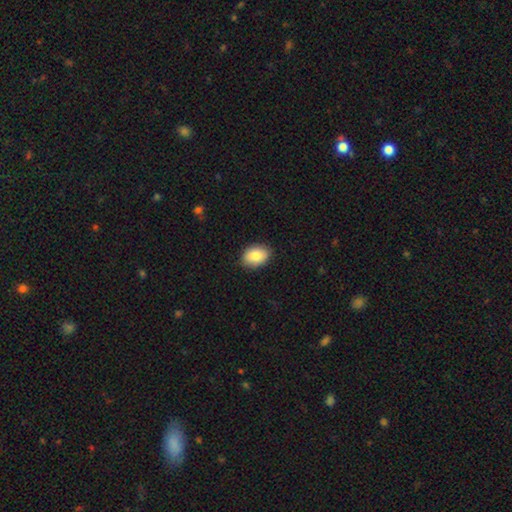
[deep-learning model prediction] The model was most divided on "how rounded": in between: 79%, round: 20%, cigar-shaped: 1%. More confident: merging — none (88%); smooth or featured — smooth (85%).